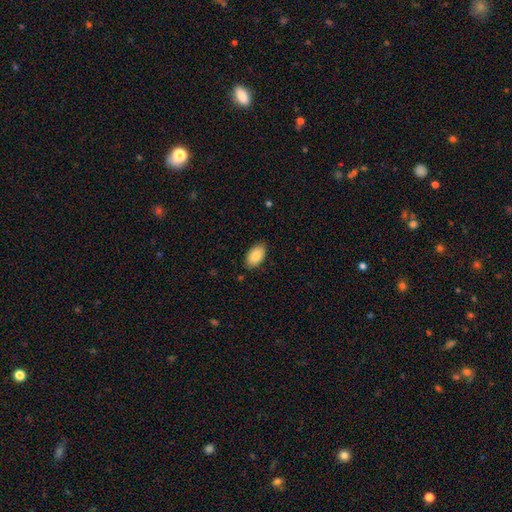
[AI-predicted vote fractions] smooth 85%, featured or disk 8%, star or artifact 6%. Down the decision tree: how rounded — in between (94%); merging — none (86%).